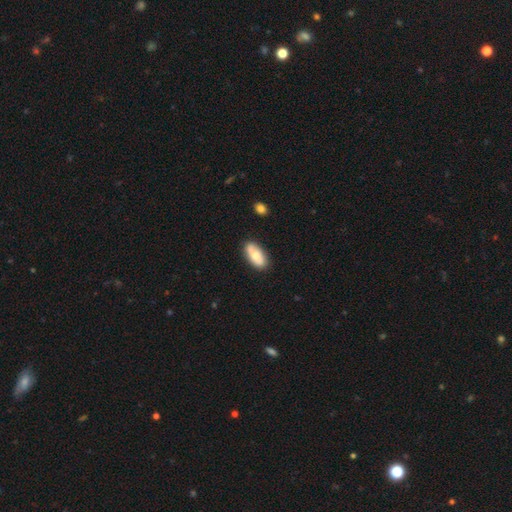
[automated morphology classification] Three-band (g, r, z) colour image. It shows a smooth galaxy with no disk features (63%) that is in between round and cigar-shaped (90%). Merging: none (81%).